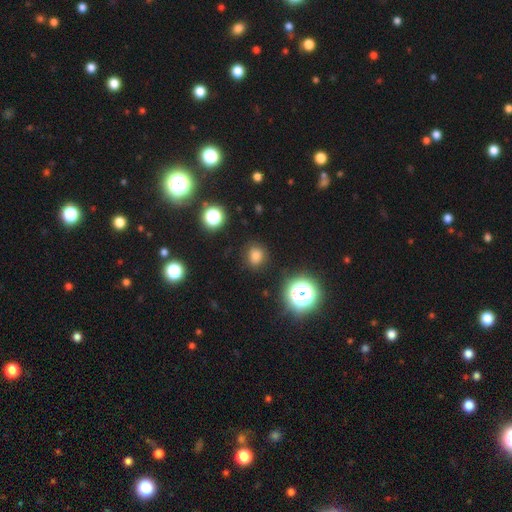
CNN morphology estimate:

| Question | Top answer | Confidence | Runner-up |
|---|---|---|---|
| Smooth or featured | smooth | 75% | star or artifact (19%) |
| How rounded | round | 69% | in between (29%) |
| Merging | none | 85% | minor disturbance (10%) |